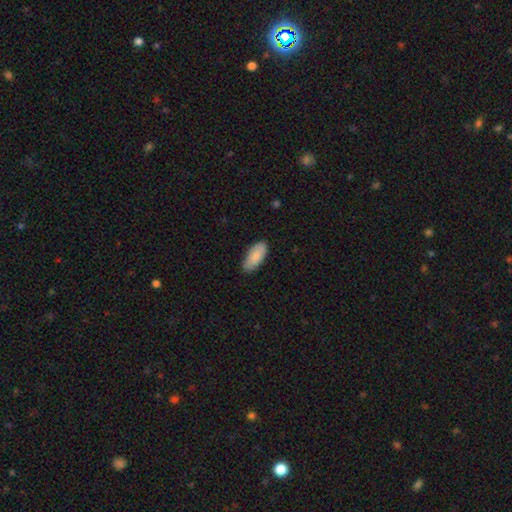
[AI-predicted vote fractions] A smooth galaxy with no disk features (87%) that is in between round and cigar-shaped (88%). Merging: none (83%).